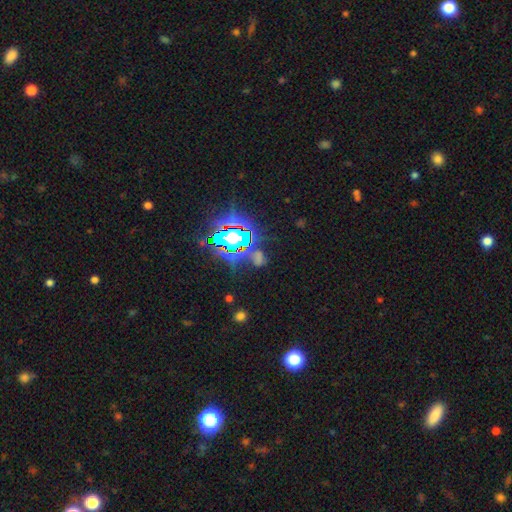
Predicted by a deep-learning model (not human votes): smooth-or-featured: star or artifact: 72% | smooth: 18% | featured or disk: 10%